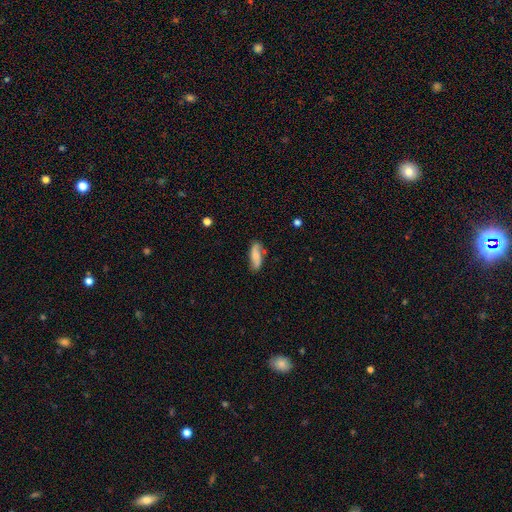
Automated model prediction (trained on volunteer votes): Smooth or featured? Predicted: smooth (p=0.66). How rounded? Predicted: in between (p=0.60). Merging? Predicted: none (p=0.71).